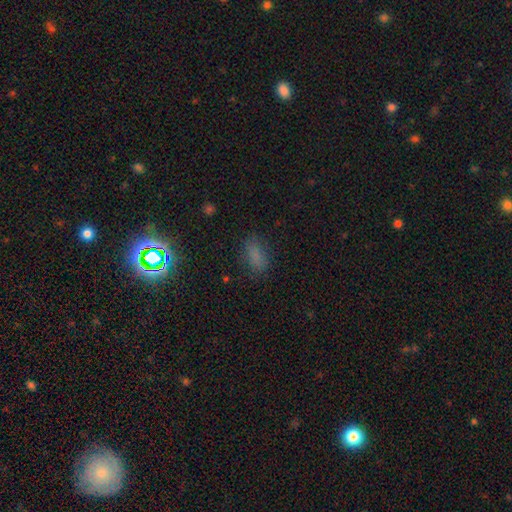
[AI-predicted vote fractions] smooth_or_featured: smooth (p=0.72) [alt: star or artifact p=0.21]
how_rounded: in between (p=0.85) [alt: cigar-shaped p=0.08]
merging: none (p=0.76) [alt: minor disturbance p=0.16]